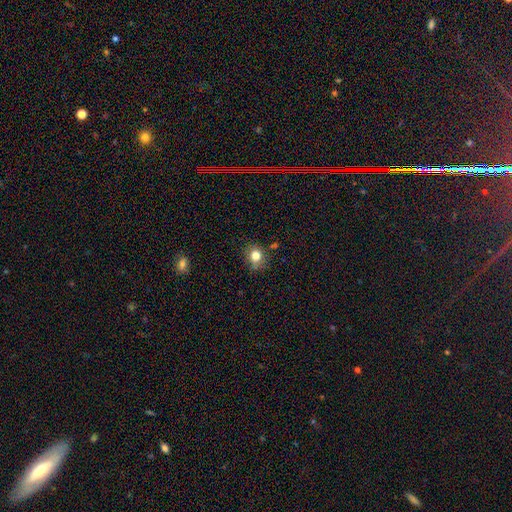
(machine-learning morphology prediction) Overall: smooth (79%). How rounded: round (66%; in between 33%). Merging: none (76%).